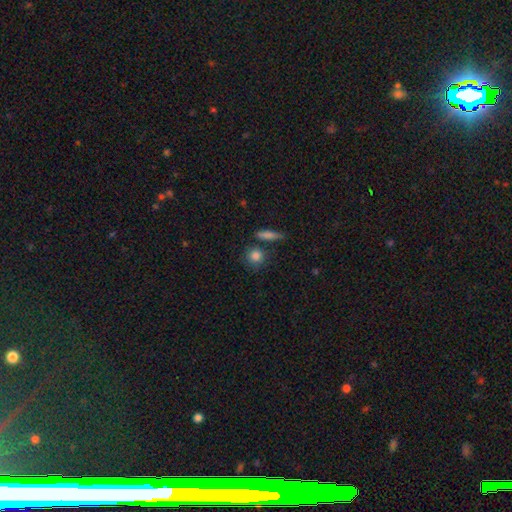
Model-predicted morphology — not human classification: This appears to be a smooth galaxy with no disk features (85%) that is round (82%). Merging: none (74%).